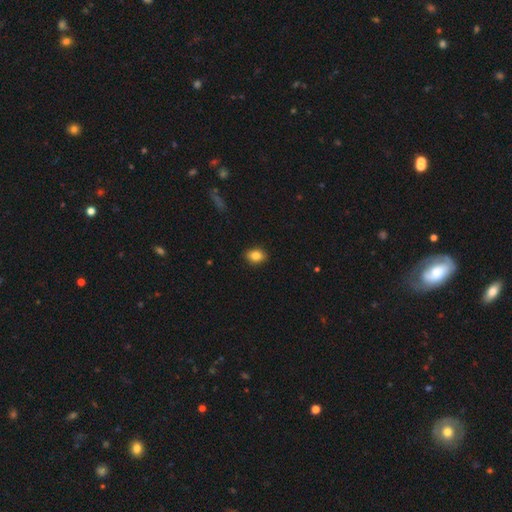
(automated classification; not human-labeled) This appears to be a smooth galaxy with no disk features (84%) that is in between round and cigar-shaped (64%). Merging: none (89%).